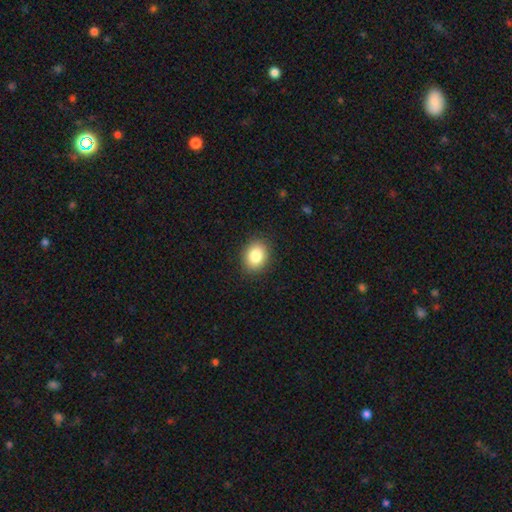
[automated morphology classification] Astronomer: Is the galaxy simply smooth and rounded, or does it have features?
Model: smooth — 84%.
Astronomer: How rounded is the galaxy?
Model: in between — 54% (runner-up: round, 45%).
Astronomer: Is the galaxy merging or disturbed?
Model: none — 89%.